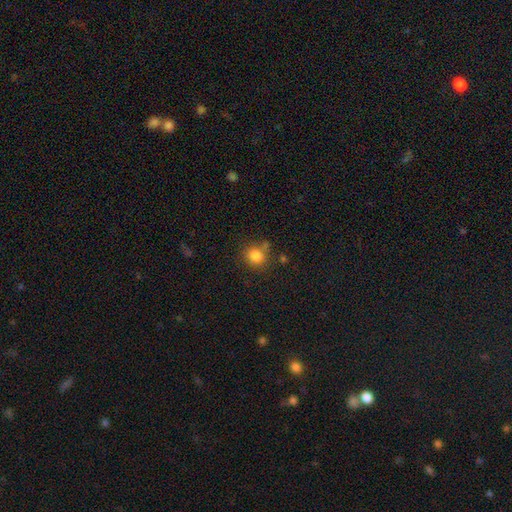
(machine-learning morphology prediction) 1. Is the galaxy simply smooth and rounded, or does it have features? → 83% smooth, 11% star or artifact, 6% featured or disk.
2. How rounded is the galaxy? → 80% round, 19% in between, 1% cigar-shaped.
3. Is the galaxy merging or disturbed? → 70% none, 16% minor disturbance, 8% merger, 5% major disturbance.